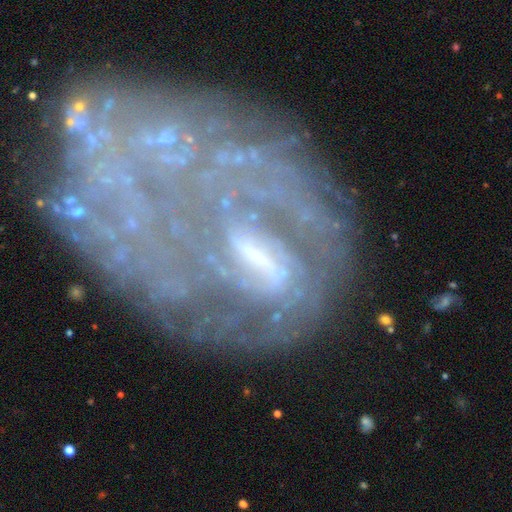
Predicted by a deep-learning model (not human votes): This is likely a featured or disk galaxy (77%). It is clearly not viewed edge-on (95%). Bar: marginally strong (38%, tied with weak). Spiral arm pattern: likely yes (66%). Central bulge: marginally small (37%). Merging: possibly none (46%).